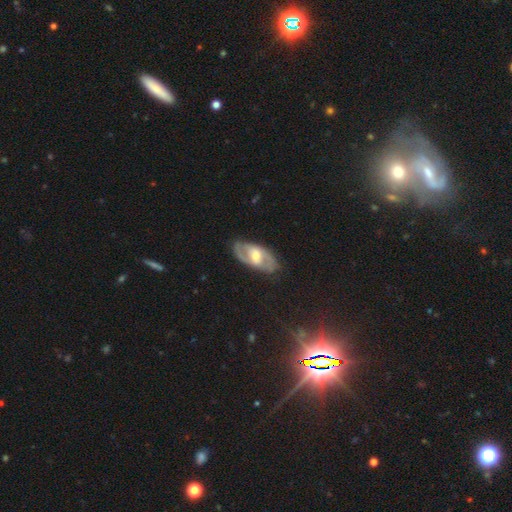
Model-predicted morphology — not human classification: Smooth or featured? Predicted: featured or disk (p=0.71). Edge-on disk? Predicted: no (p=0.90). Bar? Predicted: weak (p=0.44). Spiral arms? Predicted: yes (p=0.71). Bulge size? Predicted: moderate (p=0.67). Merging? Predicted: none (p=0.79).